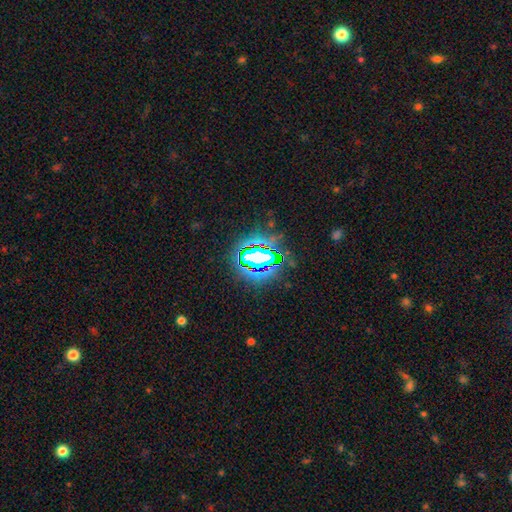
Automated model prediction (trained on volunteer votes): A star or artifact, not a galaxy (71%).